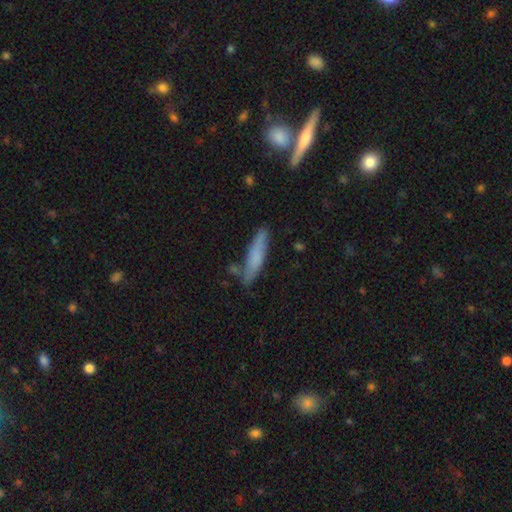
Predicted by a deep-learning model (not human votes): This is likely a smooth galaxy (67%). How rounded: clearly cigar-shaped (85%). Merging: likely none (74%).